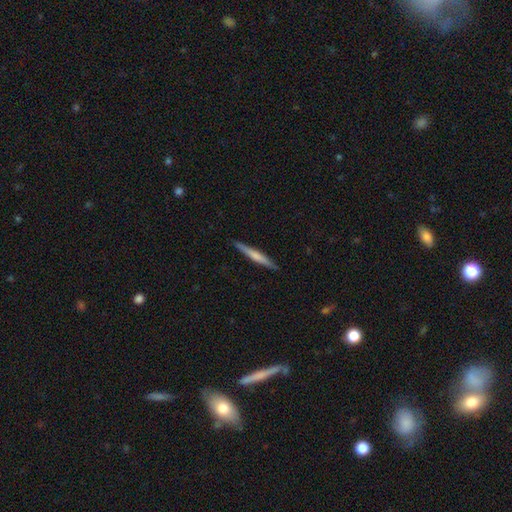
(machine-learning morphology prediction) Smooth or featured?
  - smooth: 55% *
  - featured or disk: 40%
  - star or artifact: 5%
How rounded?
  - cigar-shaped: 96% *
  - in between: 3%
  - round: 1%
Merging?
  - none: 90% *
  - minor disturbance: 7%
  - major disturbance: 1%
  - merger: 1%